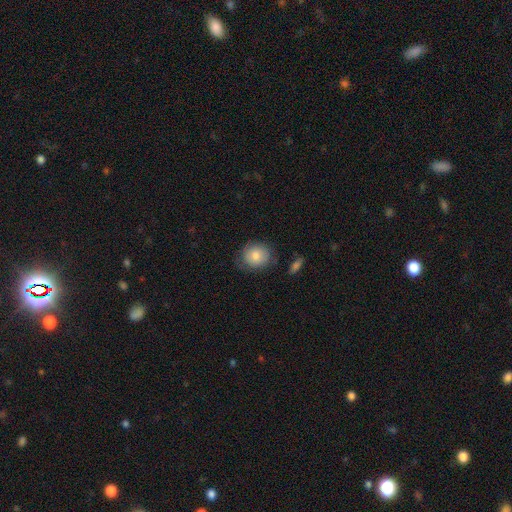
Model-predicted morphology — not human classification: Smooth or featured? Predicted: smooth (p=0.75). How rounded? Predicted: round (p=0.78). Merging? Predicted: none (p=0.70).